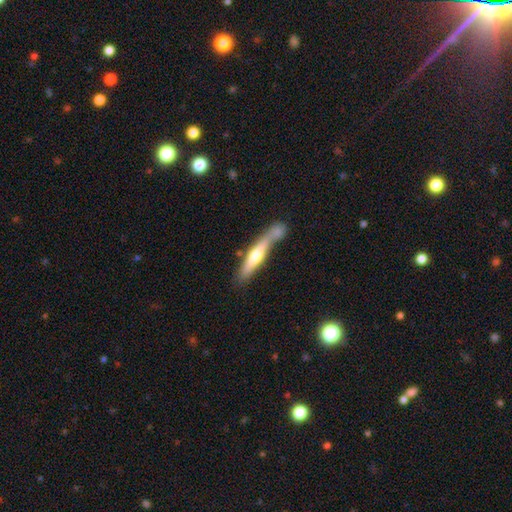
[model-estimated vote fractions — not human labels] smooth-or-featured: smooth: 48% | featured or disk: 47% | star or artifact: 5%
  merging: none: 44% | merger: 32% | minor disturbance: 16% | major disturbance: 8%